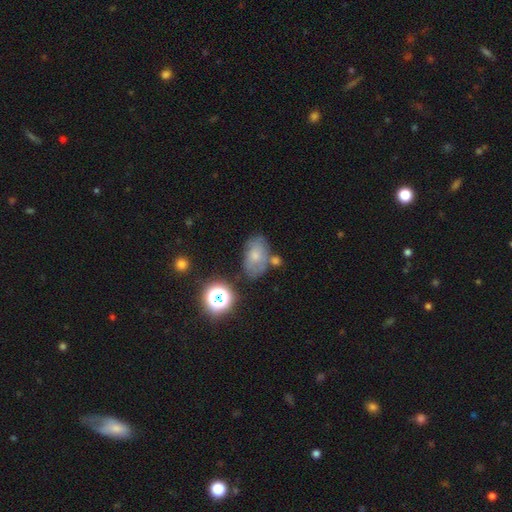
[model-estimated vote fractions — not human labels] smooth-or-featured: smooth: 57% | featured or disk: 30% | star or artifact: 13%
  how-rounded: in between: 83% | round: 15% | cigar-shaped: 1%
  merging: none: 56% | minor disturbance: 24% | merger: 11% | major disturbance: 9%